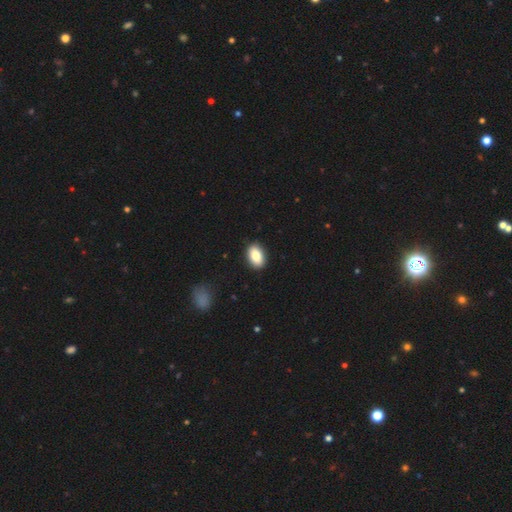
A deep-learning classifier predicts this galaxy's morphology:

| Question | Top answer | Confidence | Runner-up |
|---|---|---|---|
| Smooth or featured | smooth | 85% | star or artifact (7%) |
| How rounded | in between | 89% | round (9%) |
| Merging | none | 90% | minor disturbance (7%) |